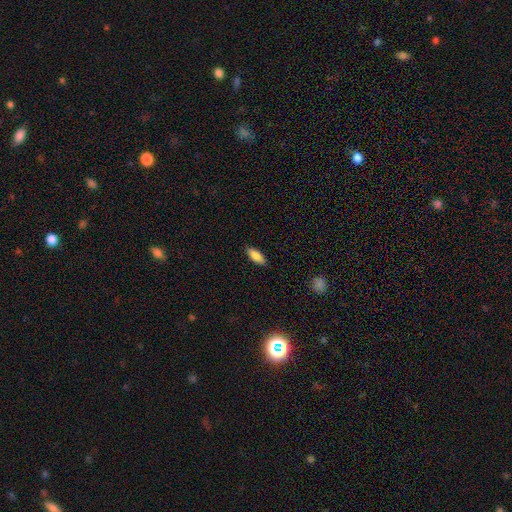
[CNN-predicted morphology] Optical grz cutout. It shows a smooth galaxy with no disk features (84%) that is in between round and cigar-shaped (76%). Merging: none (87%).